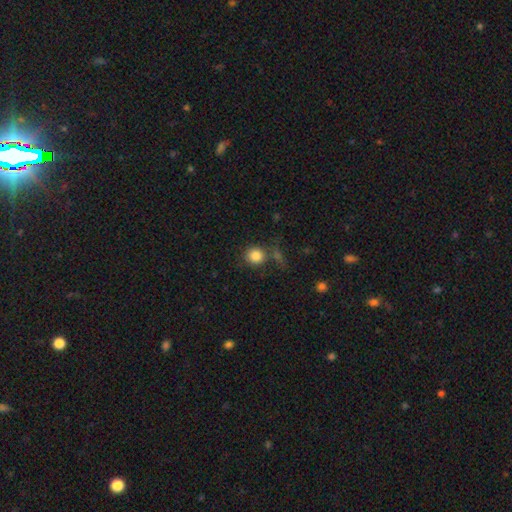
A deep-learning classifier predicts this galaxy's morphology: smooth_or_featured: smooth (p=0.84) [alt: star or artifact p=0.10]
how_rounded: round (p=0.89) [alt: in between p=0.10]
merging: none (p=0.70) [alt: merger p=0.13]